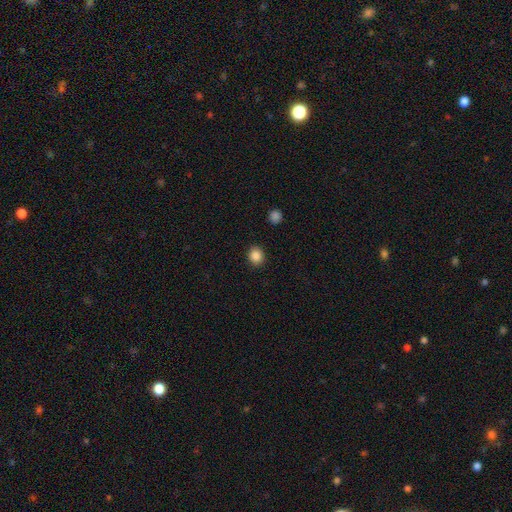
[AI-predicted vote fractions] The model was most divided on "how rounded": round: 72%, in between: 27%, cigar-shaped: 1%. More confident: merging — none (90%); smooth or featured — smooth (87%).